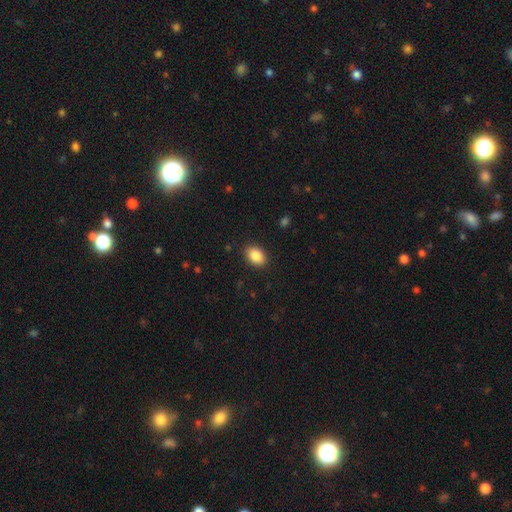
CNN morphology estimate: smooth_or_featured: smooth (p=0.87) [alt: star or artifact p=0.08]
how_rounded: in between (p=0.82) [alt: round p=0.16]
merging: none (p=0.89) [alt: minor disturbance p=0.08]